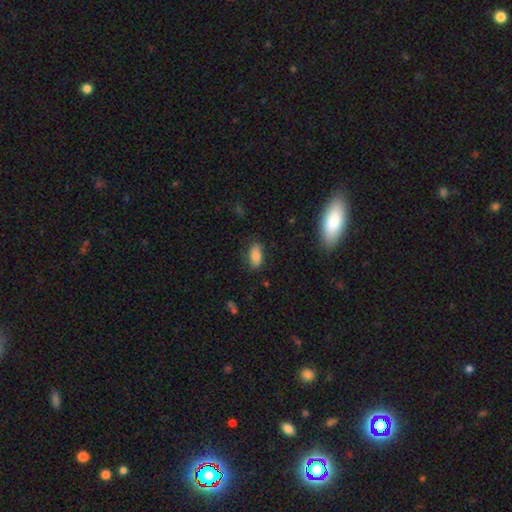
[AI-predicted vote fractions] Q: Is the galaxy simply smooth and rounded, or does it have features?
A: smooth — 81%.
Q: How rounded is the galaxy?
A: in between — 89%.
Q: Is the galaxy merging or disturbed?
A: none — 78%.